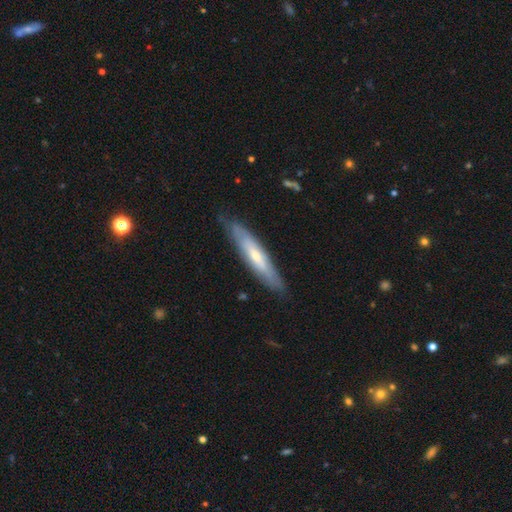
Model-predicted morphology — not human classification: This appears to be a featured or disk galaxy (54%) viewed edge-on (69%). Merging: none (82%).